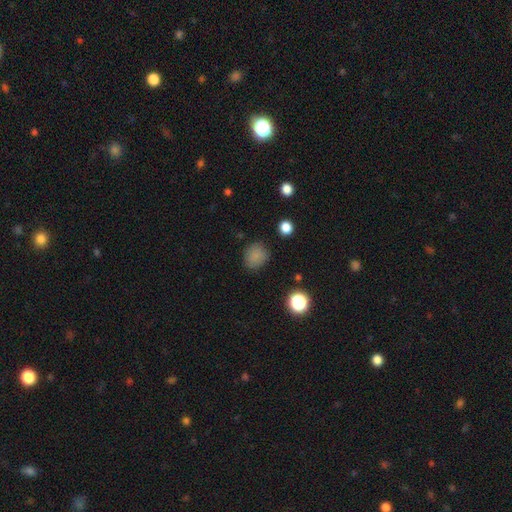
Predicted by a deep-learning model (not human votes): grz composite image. It shows a smooth galaxy with no disk features (82%) that is round (73%). Merging: none (82%).